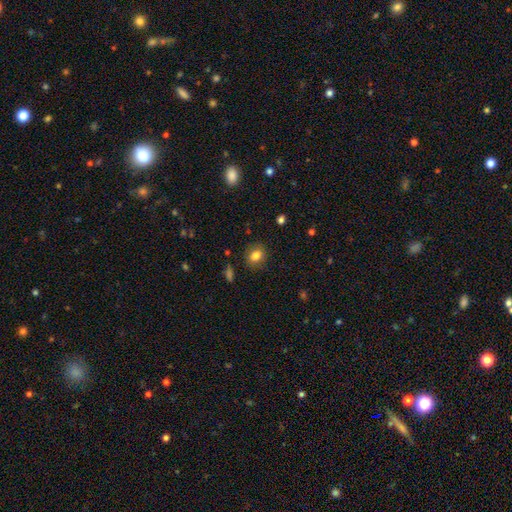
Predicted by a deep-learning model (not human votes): Smooth or featured?
  - smooth: 81% *
  - star or artifact: 10%
  - featured or disk: 9%
How rounded?
  - round: 55% *
  - in between: 44%
  - cigar-shaped: 1%
Merging?
  - none: 85% *
  - minor disturbance: 11%
  - major disturbance: 3%
  - merger: 1%